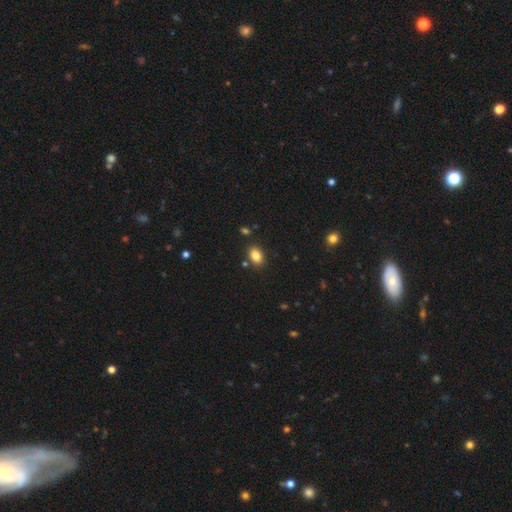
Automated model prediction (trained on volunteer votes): A smooth galaxy with no disk features (84%) that is in between round and cigar-shaped (82%).

Vote fractions:
- Smooth or featured? smooth: 84% / star or artifact: 10% / featured or disk: 6%
- How rounded? in between: 82% / round: 17% / cigar-shaped: 1%
- Merging? none: 84% / minor disturbance: 10% / merger: 4% / major disturbance: 2%